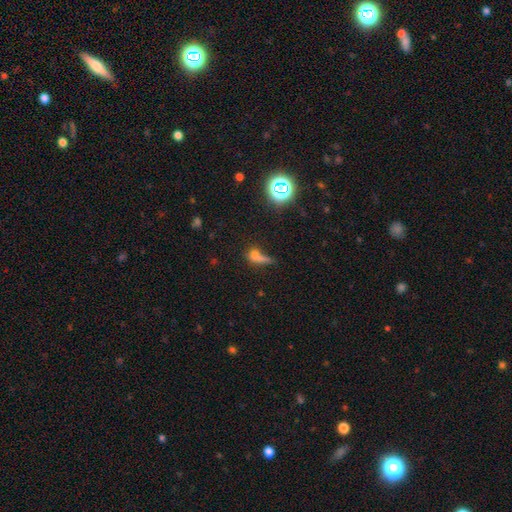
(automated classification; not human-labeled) This appears to be a smooth galaxy with no disk features (57%) that is in between round and cigar-shaped (41%). Merging: none (32%).